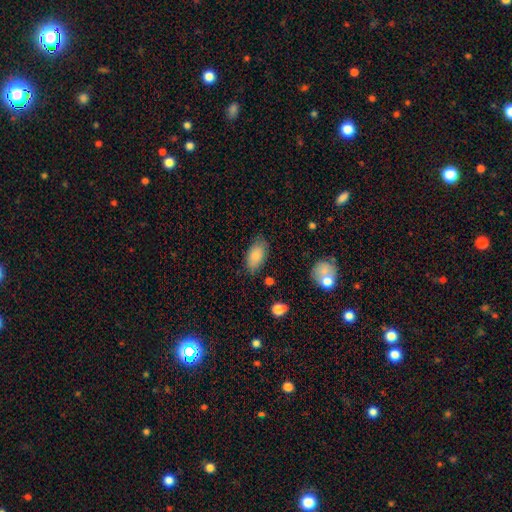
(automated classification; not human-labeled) smooth-or-featured: smooth: 85% | featured or disk: 7% | star or artifact: 7%
  how-rounded: in between: 93% | round: 4% | cigar-shaped: 3%
  merging: none: 77% | minor disturbance: 17% | major disturbance: 4% | merger: 2%